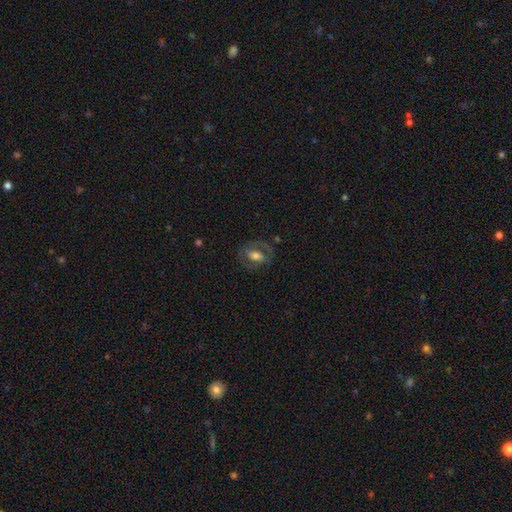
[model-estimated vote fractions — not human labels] A featured or disk galaxy (48%). Merging: none (69%).